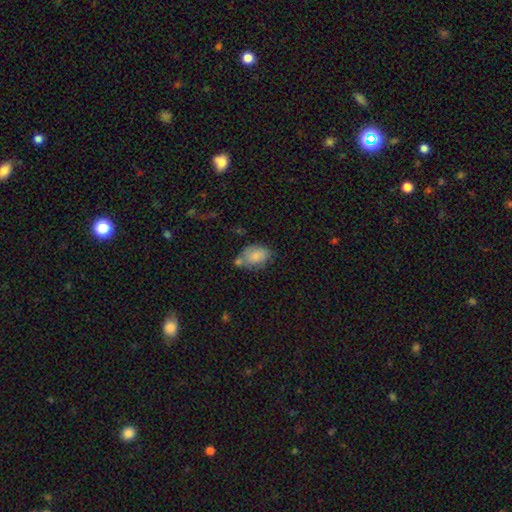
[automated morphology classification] A smooth galaxy with no disk features (80%) that is in between round and cigar-shaped (83%).

Vote fractions:
- Smooth or featured? smooth: 80% / featured or disk: 12% / star or artifact: 8%
- How rounded? in between: 83% / round: 16% / cigar-shaped: 1%
- Merging? none: 47% / minor disturbance: 25% / merger: 20% / major disturbance: 8%